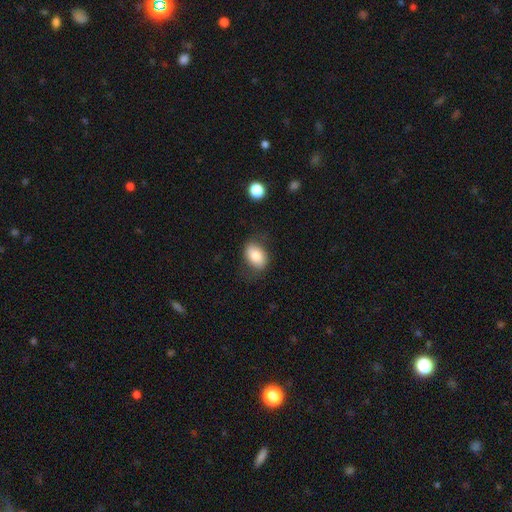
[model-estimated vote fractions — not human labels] This is likely a smooth galaxy (79%). How rounded: likely in between (79%). Merging: likely none (73%).